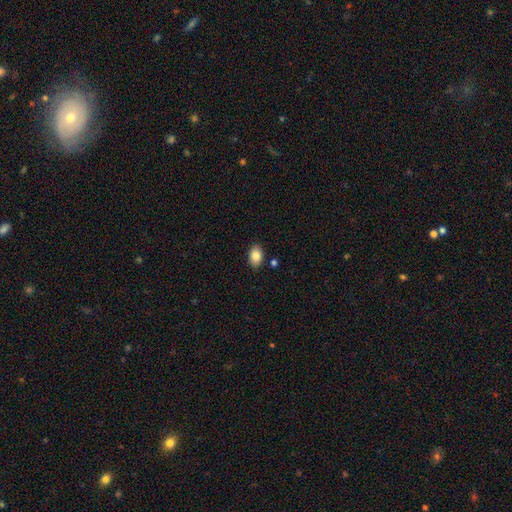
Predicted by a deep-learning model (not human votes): This appears to be a smooth galaxy with no disk features (85%) that is in between round and cigar-shaped (87%). Merging: none (85%).